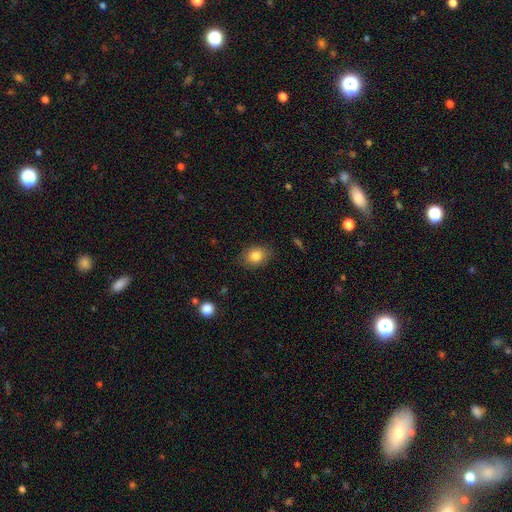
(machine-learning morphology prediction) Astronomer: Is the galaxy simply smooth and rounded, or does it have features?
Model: smooth — 83%.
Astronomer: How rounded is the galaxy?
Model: in between — 66%.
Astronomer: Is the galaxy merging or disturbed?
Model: none — 83%.